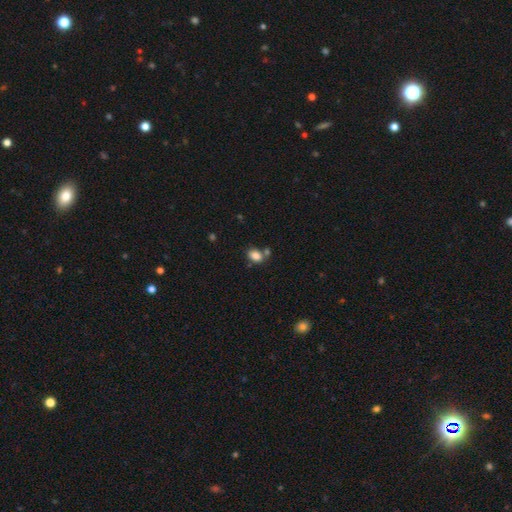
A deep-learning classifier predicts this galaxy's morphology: Q: Smooth or featured?
A: smooth (84%); runner-up: star or artifact (10%)
Q: How rounded?
A: in between (79%); runner-up: round (20%)
Q: Merging?
A: none (59%); runner-up: merger (23%)